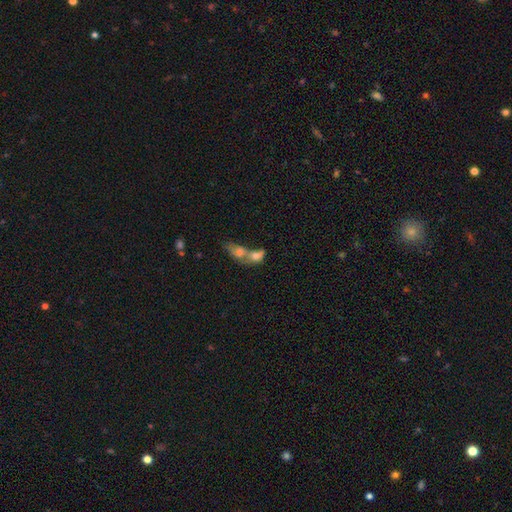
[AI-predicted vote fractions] smooth 62%, featured or disk 27%, star or artifact 11%. Down the decision tree: how rounded — in between (73%); merging — merger (76%).